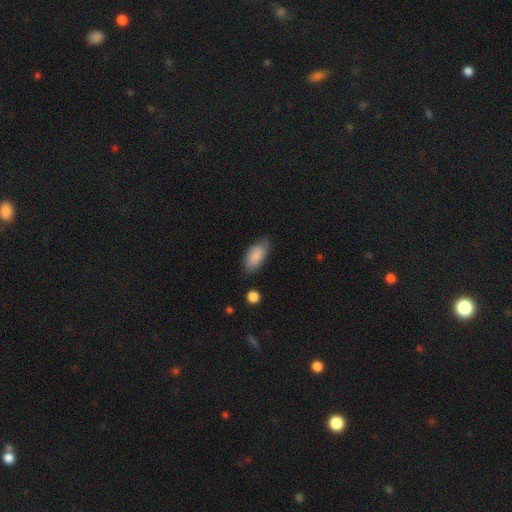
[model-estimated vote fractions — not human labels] smooth 87%, featured or disk 7%, star or artifact 6%. Down the decision tree: how rounded — in between (91%); merging — none (77%).